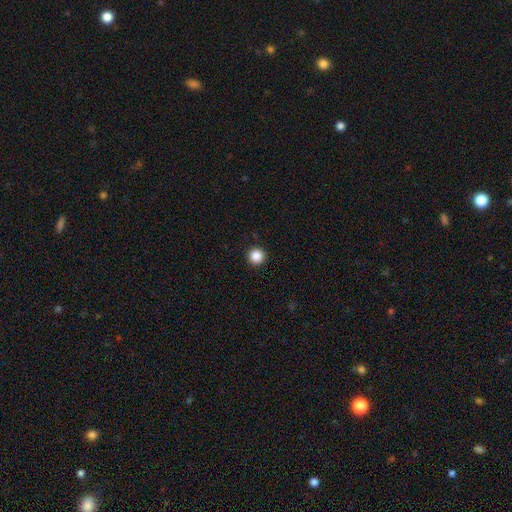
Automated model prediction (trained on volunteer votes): smooth 87%, star or artifact 10%, featured or disk 3%. Down the decision tree: how rounded — round (96%); merging — none (94%).